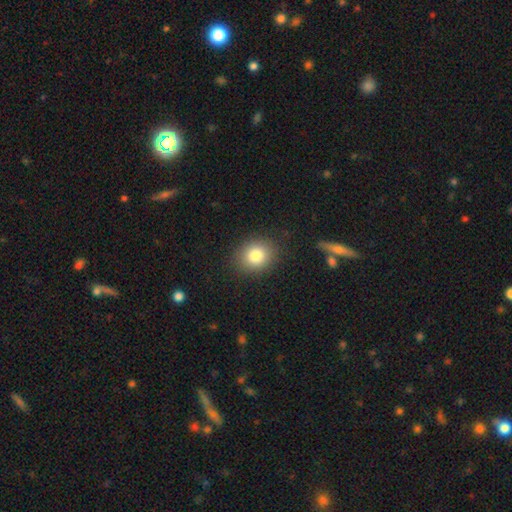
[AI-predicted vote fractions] This appears to be a smooth galaxy with no disk features (82%) that is round (61%). Merging: none (88%).